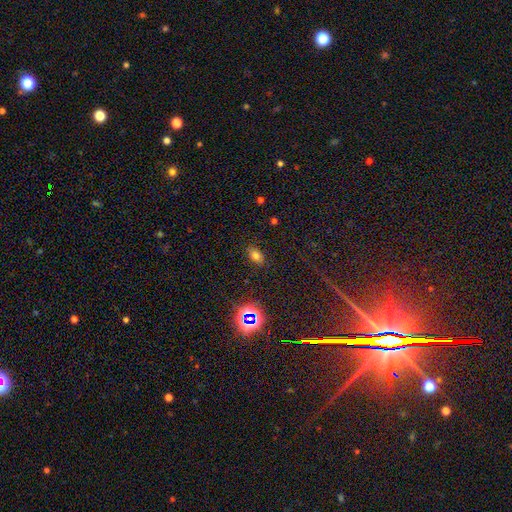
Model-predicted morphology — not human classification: Overall: smooth (69%). How rounded: in between (86%). Merging: none (86%).